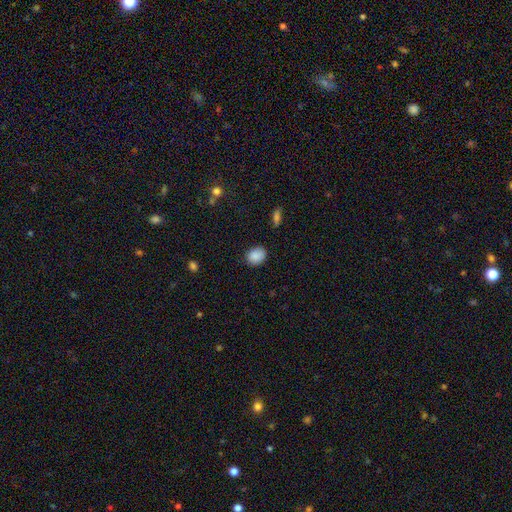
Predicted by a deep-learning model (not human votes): This appears to be a smooth galaxy with no disk features (88%) that is in between round and cigar-shaped (51%). Merging: none (81%).